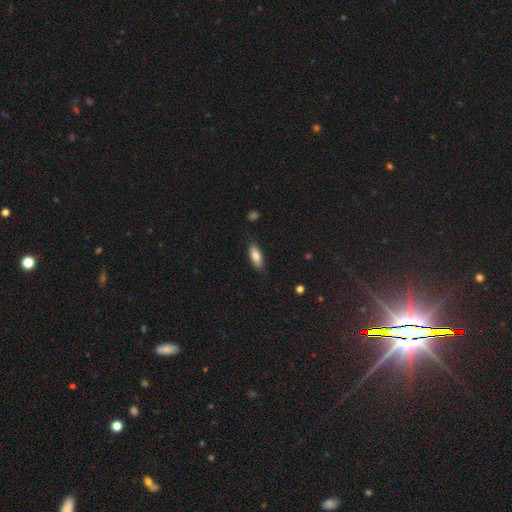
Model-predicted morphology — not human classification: type=smooth (82%); roundness=in between (73%); merging=none (84%).